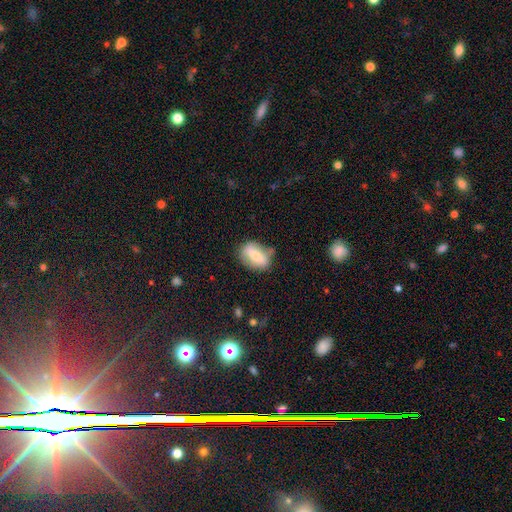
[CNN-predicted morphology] This is likely a smooth galaxy (64%). How rounded: clearly in between (81%). Merging: likely none (65%).